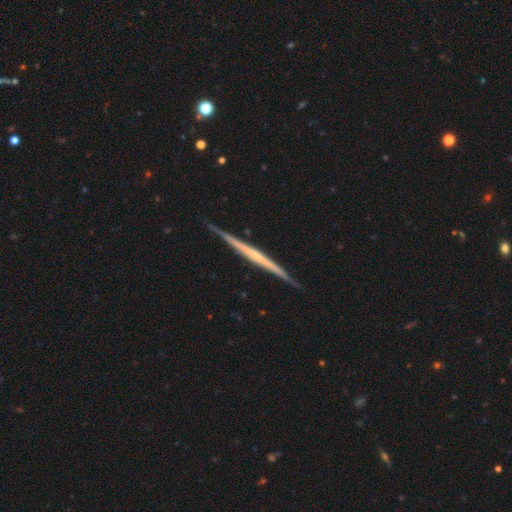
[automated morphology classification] This is likely a featured or disk galaxy (74%). It is clearly viewed edge-on (98%). Edge-on bulge: likely none (74%). Merging: clearly none (89%).